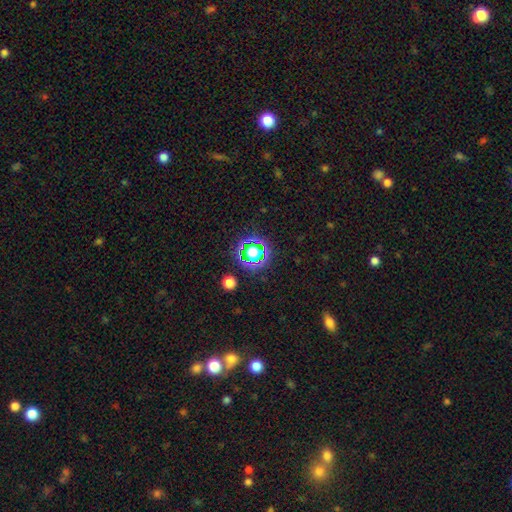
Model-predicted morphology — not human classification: smooth_or_featured: star or artifact (p=0.50) [alt: smooth p=0.38]